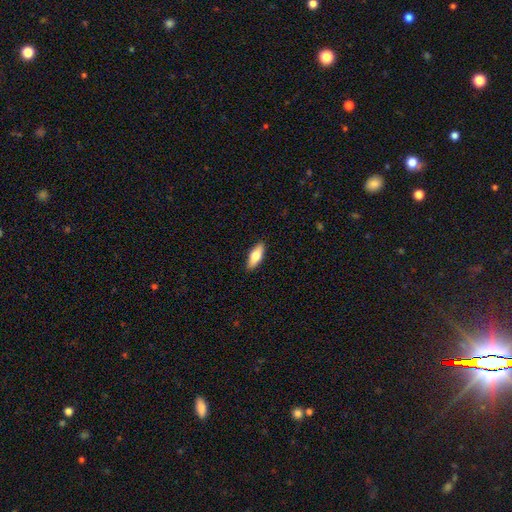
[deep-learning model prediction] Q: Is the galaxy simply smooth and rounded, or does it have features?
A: smooth — 71%.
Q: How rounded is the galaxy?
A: in between — 71%.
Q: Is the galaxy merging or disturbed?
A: none — 89%.